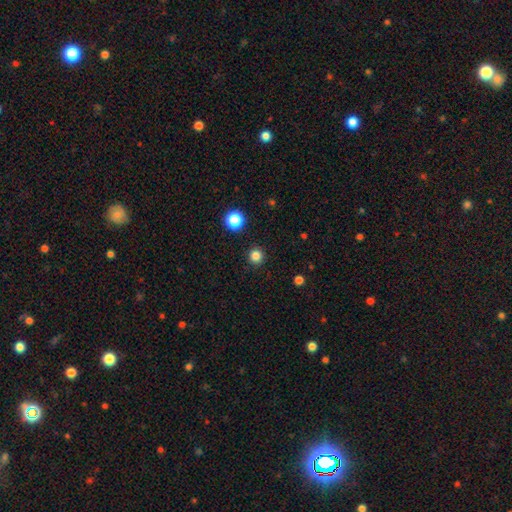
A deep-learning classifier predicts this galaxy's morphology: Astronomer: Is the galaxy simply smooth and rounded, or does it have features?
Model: smooth — 83%.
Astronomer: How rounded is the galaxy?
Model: round — 95%.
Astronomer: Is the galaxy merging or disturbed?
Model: none — 93%.